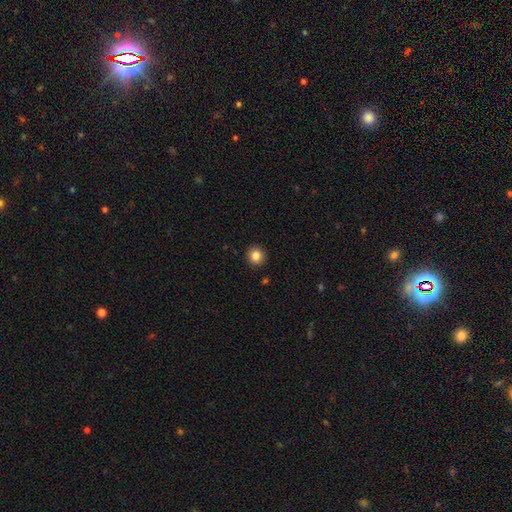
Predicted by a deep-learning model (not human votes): This appears to be a smooth galaxy with no disk features (85%) that is round (91%). Merging: none (92%).